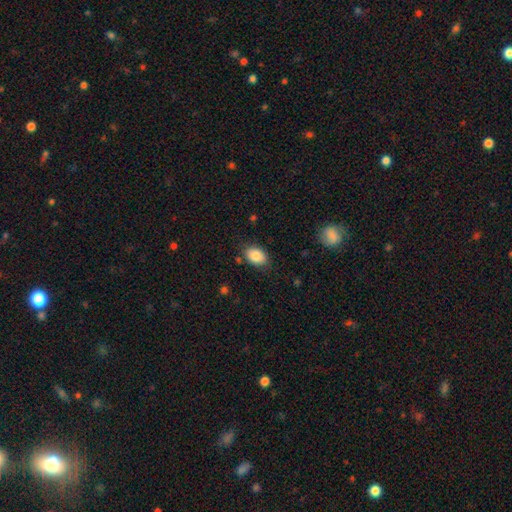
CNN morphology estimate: A smooth galaxy with no disk features (86%) that is in between round and cigar-shaped (79%).

Vote fractions:
- Smooth or featured? smooth: 86% / star or artifact: 8% / featured or disk: 6%
- How rounded? in between: 79% / round: 20% / cigar-shaped: 1%
- Merging? none: 81% / minor disturbance: 14% / major disturbance: 3% / merger: 2%